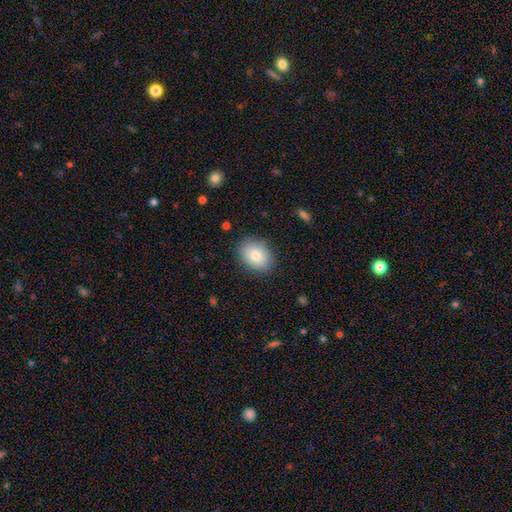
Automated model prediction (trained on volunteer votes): Morphology: type=smooth (83%); roundness=in between (69%); merging=none (86%).